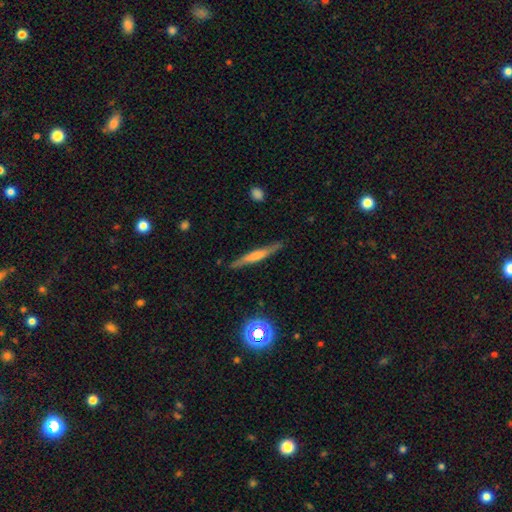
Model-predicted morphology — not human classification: This is possibly a featured or disk galaxy (59%). It is clearly viewed edge-on (95%). Edge-on bulge: possibly rounded (51%). Merging: clearly none (89%).